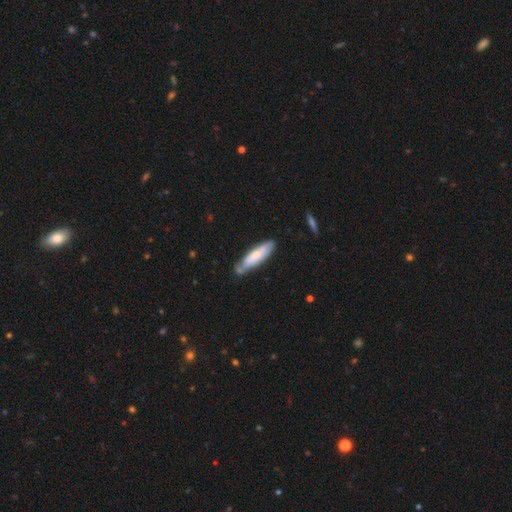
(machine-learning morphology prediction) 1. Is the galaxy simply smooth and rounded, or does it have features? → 65% smooth, 29% featured or disk, 6% star or artifact.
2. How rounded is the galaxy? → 66% cigar-shaped, 33% in between, 1% round.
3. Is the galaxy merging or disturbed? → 62% none, 25% minor disturbance, 8% merger, 5% major disturbance.